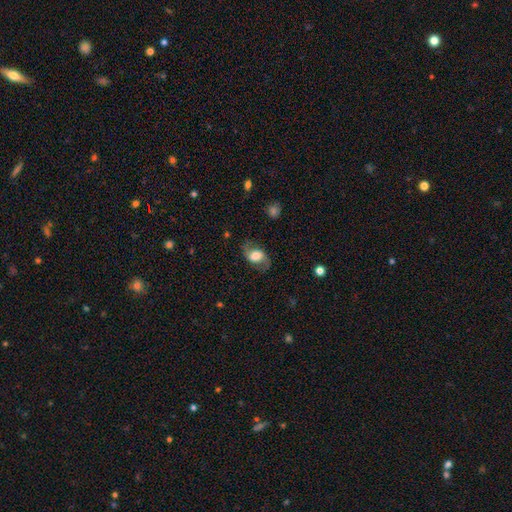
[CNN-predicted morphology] smooth_or_featured: featured or disk (p=0.50) [alt: smooth p=0.41]
disk_edge_on: no (p=0.93) [alt: yes p=0.07]
merging: none (p=0.70) [alt: minor disturbance p=0.17]